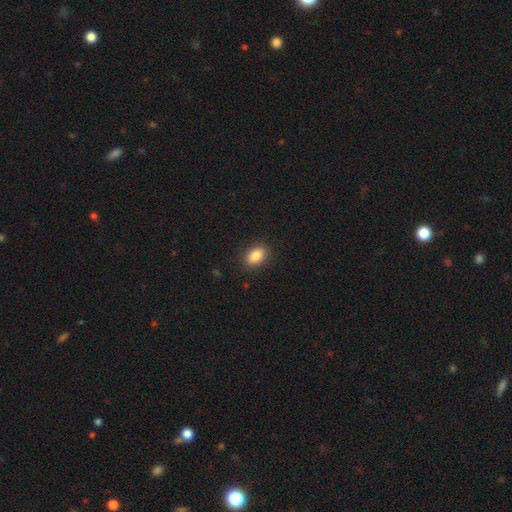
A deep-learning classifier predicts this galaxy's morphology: type=smooth (87%); roundness=in between (87%); merging=none (89%).